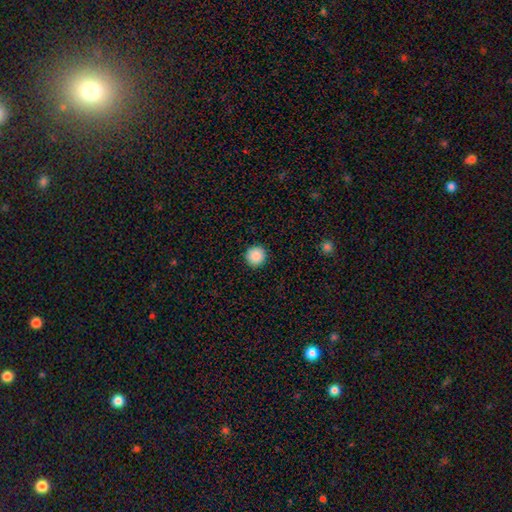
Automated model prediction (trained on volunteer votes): Smooth or featured? Predicted: smooth (p=0.89). How rounded? Predicted: round (p=0.95). Merging? Predicted: none (p=0.93).